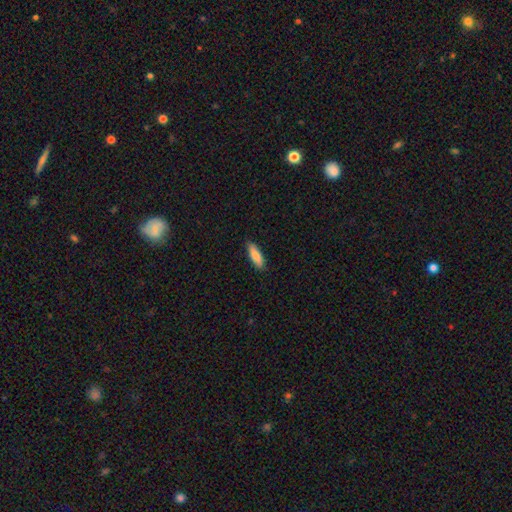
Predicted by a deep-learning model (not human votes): smooth 83%, featured or disk 11%, star or artifact 6%. Down the decision tree: how rounded — cigar-shaped (50%); merging — none (85%).